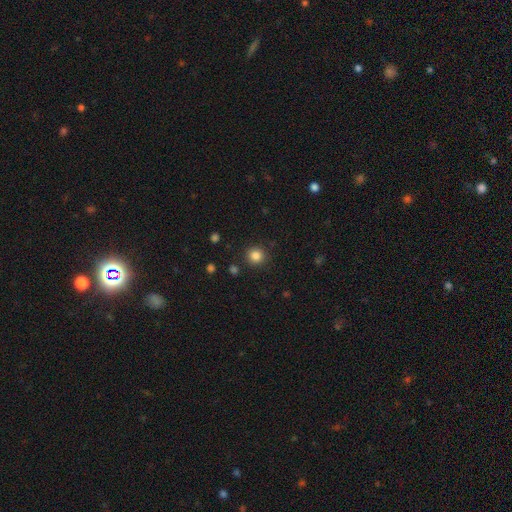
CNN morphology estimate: The model was most divided on "smooth or featured": smooth: 84%, star or artifact: 12%, featured or disk: 4%. More confident: how rounded — round (93%); merging — none (90%).